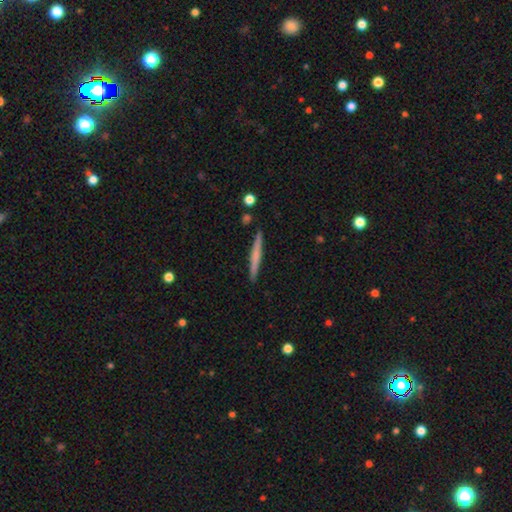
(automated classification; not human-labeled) Q: Smooth or featured?
A: smooth (54%); runner-up: featured or disk (41%)
Q: How rounded?
A: cigar-shaped (96%); runner-up: in between (2%)
Q: Merging?
A: none (91%); runner-up: minor disturbance (6%)